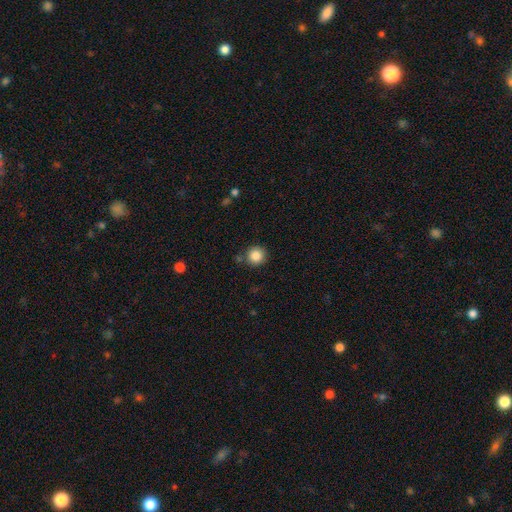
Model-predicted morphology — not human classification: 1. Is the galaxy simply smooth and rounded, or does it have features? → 85% smooth, 10% star or artifact, 5% featured or disk.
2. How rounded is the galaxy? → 94% round, 5% in between, 1% cigar-shaped.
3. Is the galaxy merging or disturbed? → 85% none, 9% minor disturbance, 4% merger, 2% major disturbance.